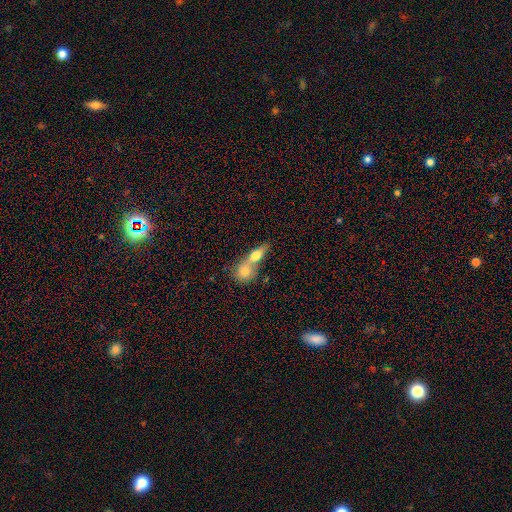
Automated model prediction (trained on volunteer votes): This appears to be a smooth galaxy with no disk features (67%) that is in between round and cigar-shaped (53%). Merging: merger (66%).